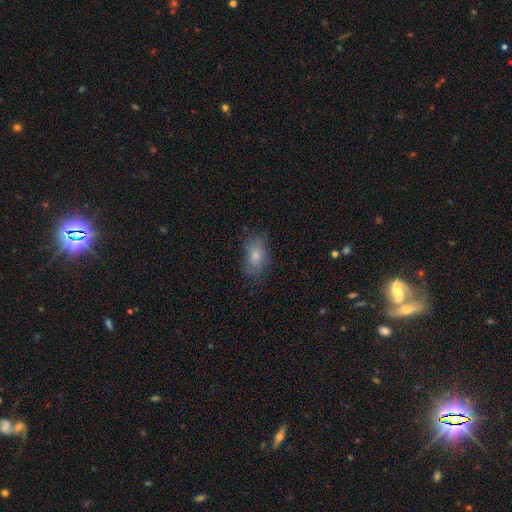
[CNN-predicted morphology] A smooth galaxy with no disk features (79%) that is in between round and cigar-shaped (88%).

Vote fractions:
- Smooth or featured? smooth: 79% / featured or disk: 12% / star or artifact: 8%
- How rounded? in between: 88% / round: 8% / cigar-shaped: 3%
- Merging? none: 68% / minor disturbance: 22% / major disturbance: 9% / merger: 1%